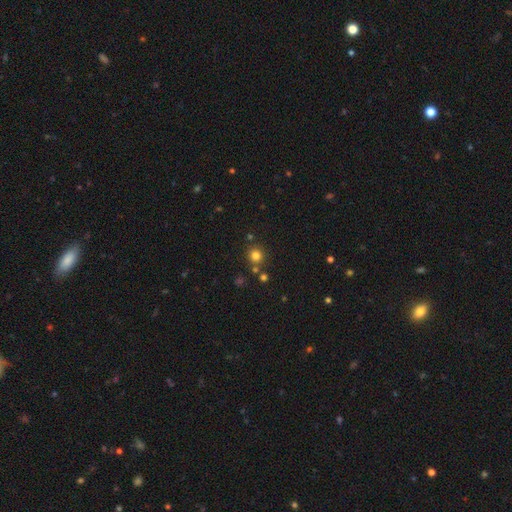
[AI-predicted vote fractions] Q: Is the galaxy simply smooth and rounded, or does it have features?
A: smooth — 78%.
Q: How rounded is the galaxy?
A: round — 92%.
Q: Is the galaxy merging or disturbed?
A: none — 80%.